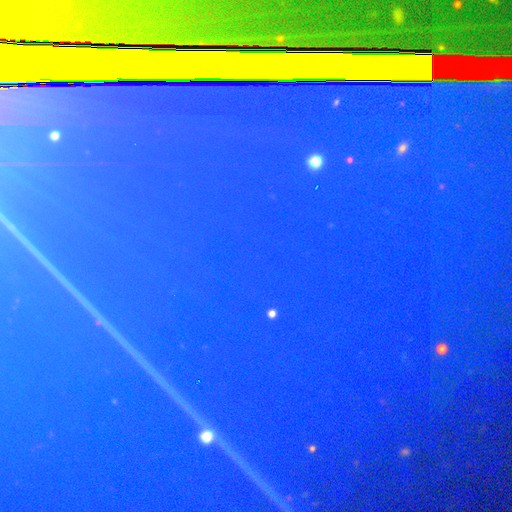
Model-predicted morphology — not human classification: smooth_or_featured: star or artifact (p=0.79) [alt: smooth p=0.12]